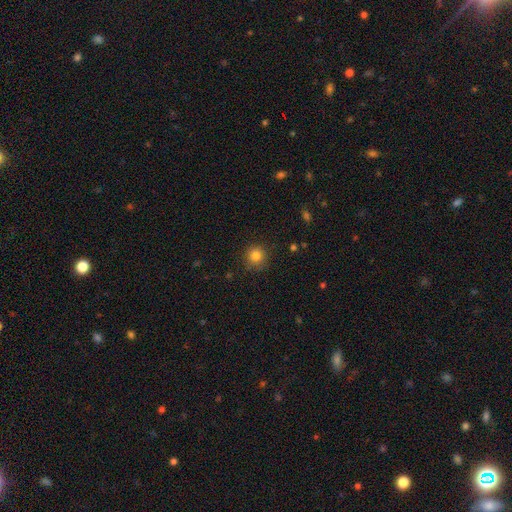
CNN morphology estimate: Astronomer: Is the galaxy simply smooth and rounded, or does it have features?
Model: smooth — 83%.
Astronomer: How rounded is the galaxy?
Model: round — 94%.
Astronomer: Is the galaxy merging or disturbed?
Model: none — 87%.